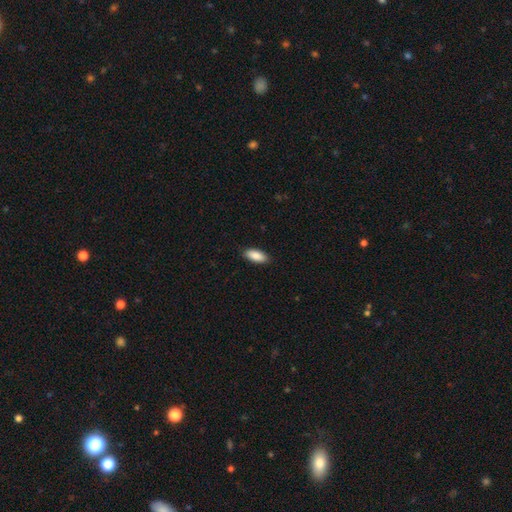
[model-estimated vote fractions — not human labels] Morphology: type=smooth (89%); roundness=in between (86%); merging=none (89%).